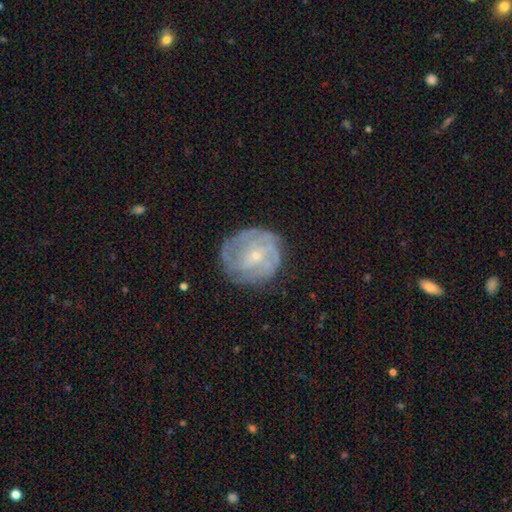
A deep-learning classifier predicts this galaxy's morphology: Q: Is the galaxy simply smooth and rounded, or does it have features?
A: featured or disk — 68%.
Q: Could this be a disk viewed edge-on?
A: no — 97%.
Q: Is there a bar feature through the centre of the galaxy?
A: no — 63%.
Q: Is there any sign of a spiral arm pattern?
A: yes — 78%.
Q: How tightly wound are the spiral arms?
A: tight — 59%.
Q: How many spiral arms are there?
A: can't tell — 49%.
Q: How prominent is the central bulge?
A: small — 78%.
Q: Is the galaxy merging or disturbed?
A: none — 75%.